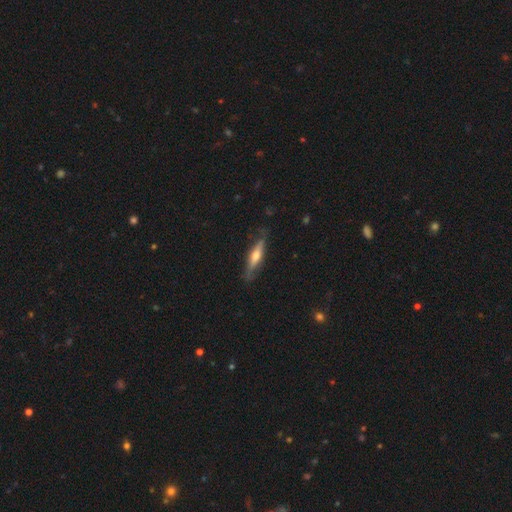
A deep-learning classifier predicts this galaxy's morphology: type=featured or disk (57%); edge-on=yes (92%); edge-on bulge=rounded (85%); merging=none (79%).